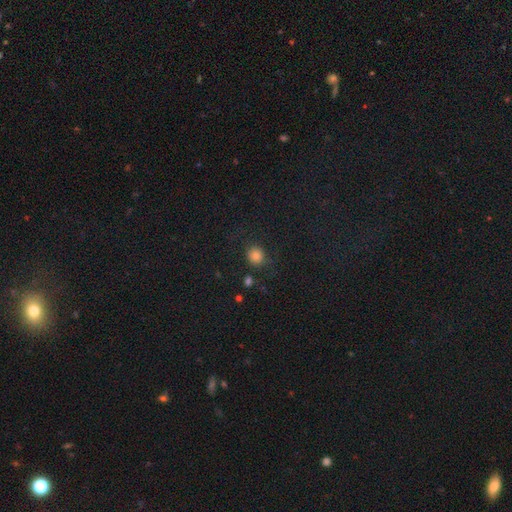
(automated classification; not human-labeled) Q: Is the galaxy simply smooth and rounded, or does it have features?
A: smooth — 80%.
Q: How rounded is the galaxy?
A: round — 82%.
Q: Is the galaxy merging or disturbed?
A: none — 81%.